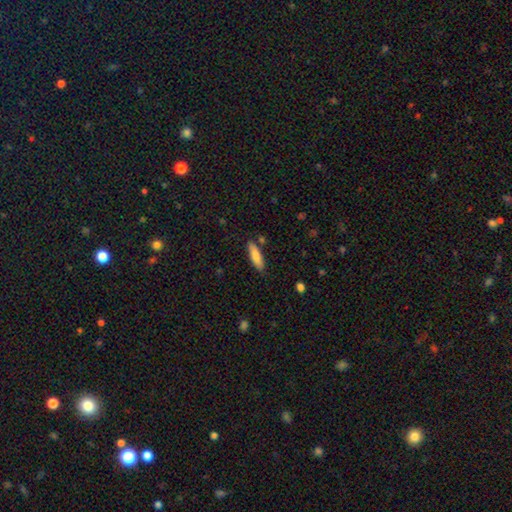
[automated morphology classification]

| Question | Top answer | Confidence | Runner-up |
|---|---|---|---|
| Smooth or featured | smooth | 81% | featured or disk (13%) |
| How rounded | cigar-shaped | 64% | in between (35%) |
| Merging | none | 82% | minor disturbance (11%) |